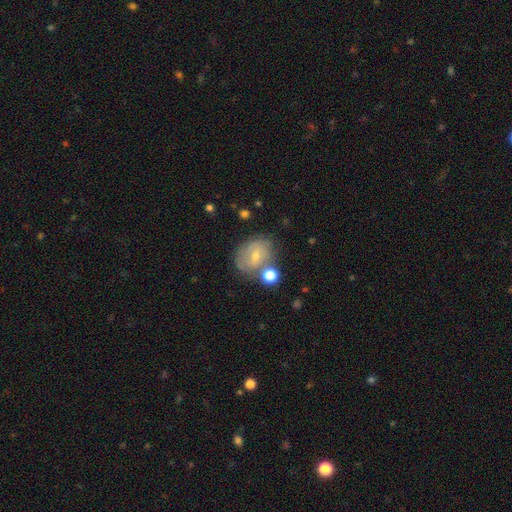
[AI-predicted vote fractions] smooth 53%, featured or disk 37%, star or artifact 10%. Down the decision tree: how rounded — round (52%); merging — none (53%).